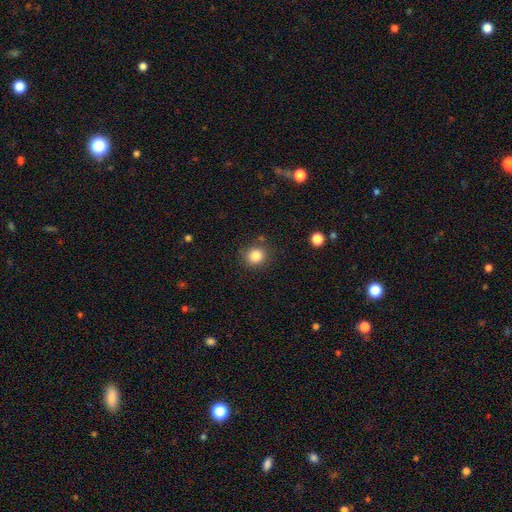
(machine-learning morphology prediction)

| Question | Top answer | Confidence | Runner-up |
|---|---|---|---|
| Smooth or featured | smooth | 84% | star or artifact (11%) |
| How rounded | round | 89% | in between (11%) |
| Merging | none | 85% | minor disturbance (9%) |